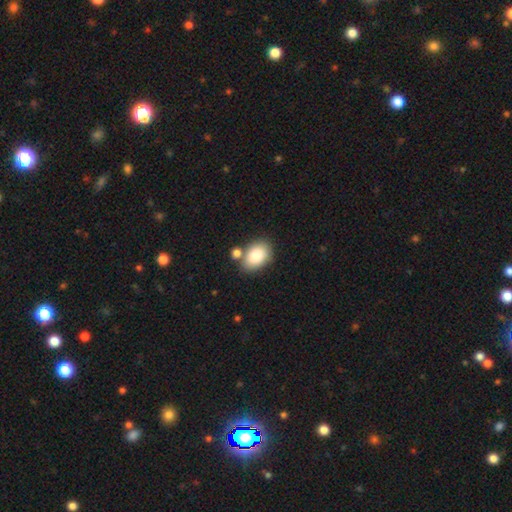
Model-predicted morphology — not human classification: Q: Smooth or featured?
A: smooth (84%); runner-up: featured or disk (9%)
Q: How rounded?
A: in between (83%); runner-up: round (16%)
Q: Merging?
A: none (67%); runner-up: merger (16%)